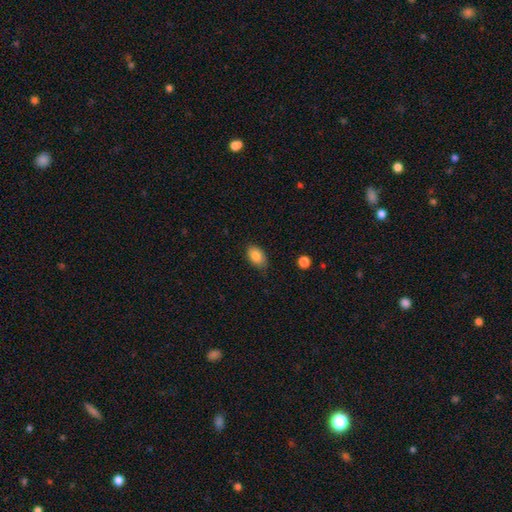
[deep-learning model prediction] Smooth or featured? smooth (85%)
How rounded? in between (90%)
Merging? none (78%)